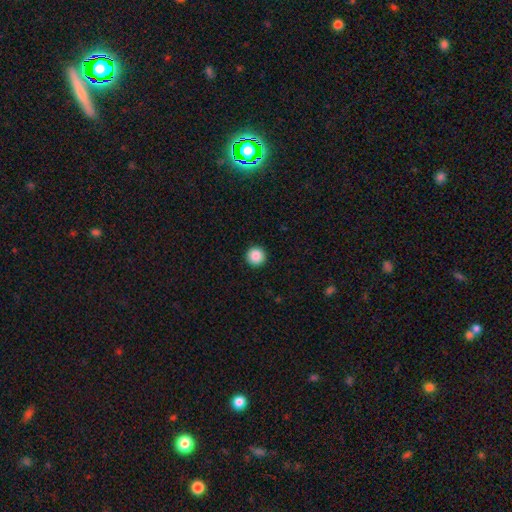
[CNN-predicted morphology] This appears to be a smooth galaxy with no disk features (88%) that is round (96%). Merging: none (94%).